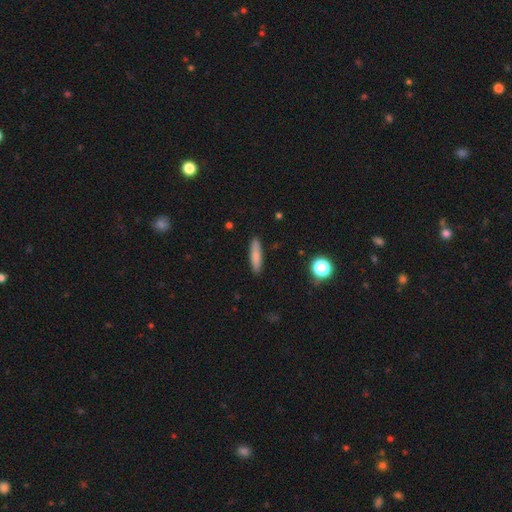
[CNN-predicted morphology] Q: Smooth or featured?
A: smooth (80%); runner-up: featured or disk (12%)
Q: How rounded?
A: cigar-shaped (77%); runner-up: in between (21%)
Q: Merging?
A: none (89%); runner-up: minor disturbance (8%)